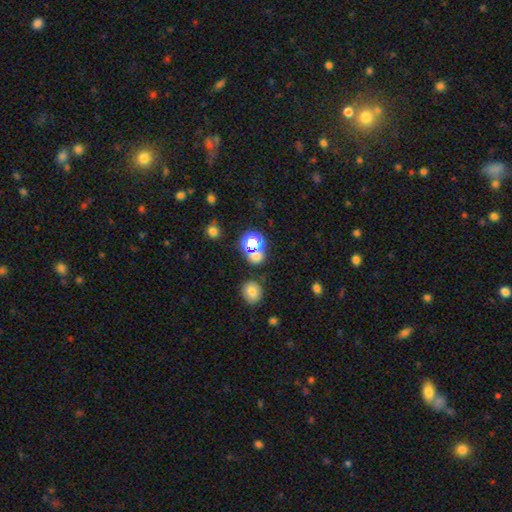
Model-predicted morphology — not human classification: smooth 53%, star or artifact 39%, featured or disk 8%. Down the decision tree: how rounded — round (74%); merging — none (68%).